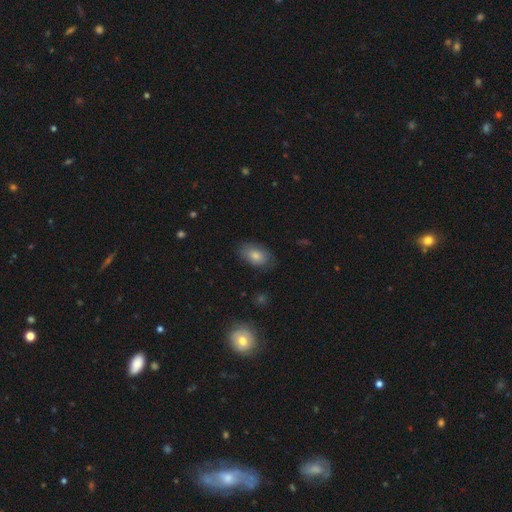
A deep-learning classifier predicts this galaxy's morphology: smooth-or-featured: smooth: 79% | featured or disk: 14% | star or artifact: 7%
  how-rounded: in between: 90% | round: 9% | cigar-shaped: 2%
  merging: none: 76% | minor disturbance: 18% | major disturbance: 5% | merger: 1%